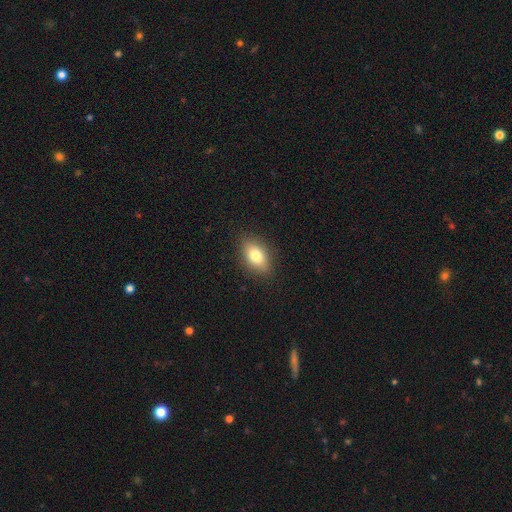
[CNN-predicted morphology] smooth-or-featured: smooth: 79% | featured or disk: 12% | star or artifact: 8%
  how-rounded: in between: 86% | round: 10% | cigar-shaped: 4%
  merging: none: 86% | minor disturbance: 10% | major disturbance: 3% | merger: 1%